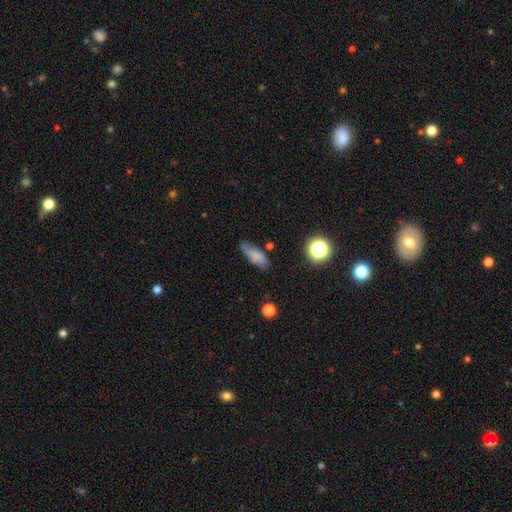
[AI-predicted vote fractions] Overall: smooth (73%). How rounded: in between (65%; cigar-shaped 31%). Merging: none (69%).